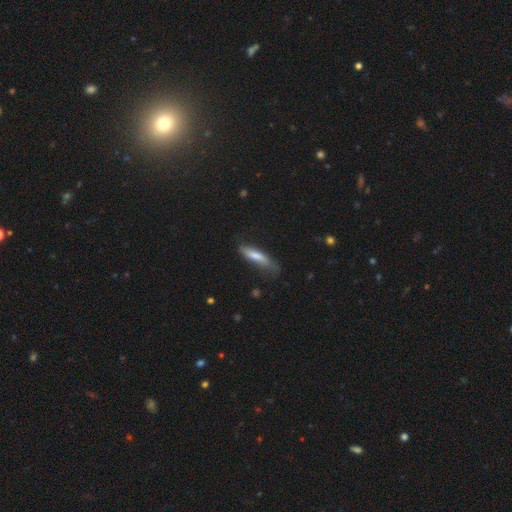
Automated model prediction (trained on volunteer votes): A smooth galaxy with no disk features (71%) that is cigar-shaped (73%). Merging: none (57%).